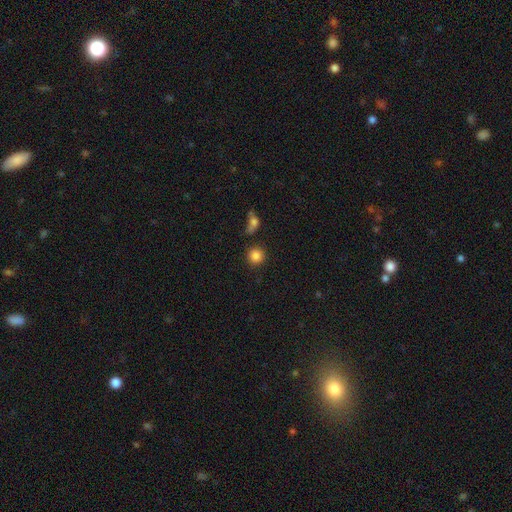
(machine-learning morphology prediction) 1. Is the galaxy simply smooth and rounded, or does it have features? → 85% smooth, 10% star or artifact, 5% featured or disk.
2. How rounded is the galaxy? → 93% round, 6% in between, 1% cigar-shaped.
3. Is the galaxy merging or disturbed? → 82% none, 8% minor disturbance, 6% merger, 4% major disturbance.